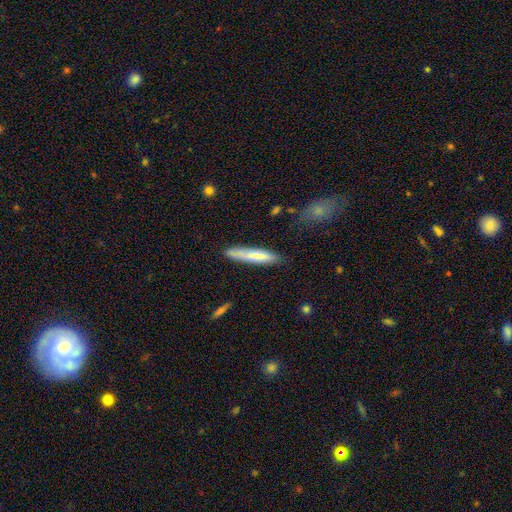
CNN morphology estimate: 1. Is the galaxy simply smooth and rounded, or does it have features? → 77% smooth, 17% featured or disk, 6% star or artifact.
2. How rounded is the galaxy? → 88% cigar-shaped, 11% in between, 1% round.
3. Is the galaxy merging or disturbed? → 76% none, 18% minor disturbance, 4% major disturbance, 3% merger.